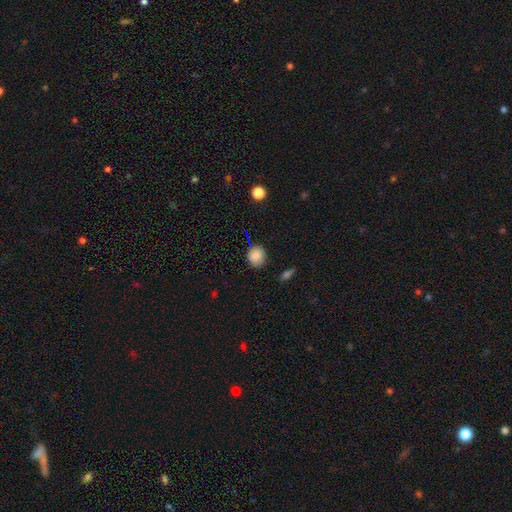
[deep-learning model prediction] smooth_or_featured: smooth (p=0.85) [alt: star or artifact p=0.09]
how_rounded: round (p=0.83) [alt: in between p=0.16]
merging: none (p=0.83) [alt: minor disturbance p=0.13]